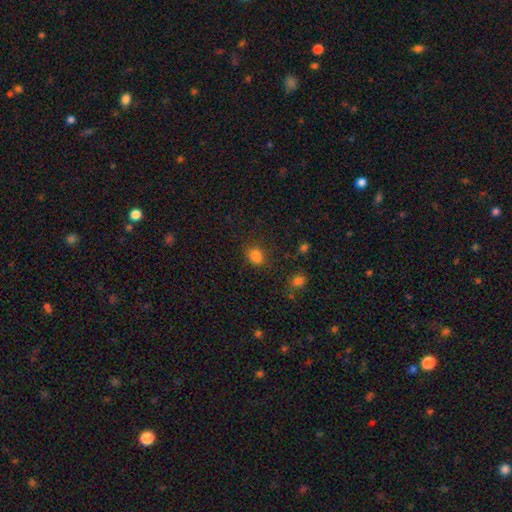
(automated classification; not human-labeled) The model was most divided on "how rounded": in between: 59%, round: 40%, cigar-shaped: 1%. More confident: smooth or featured — smooth (79%); merging — none (67%).